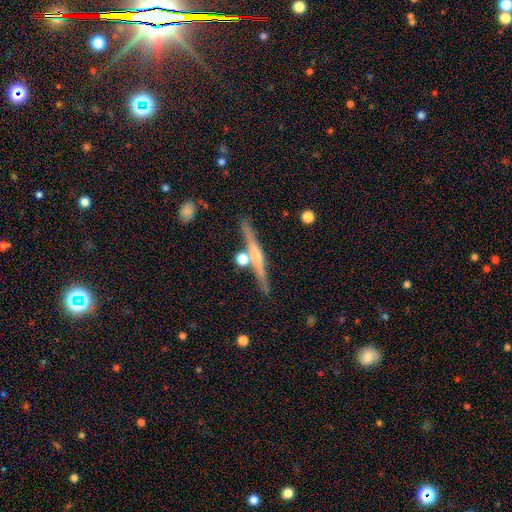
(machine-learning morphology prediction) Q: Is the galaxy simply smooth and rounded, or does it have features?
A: featured or disk — 66%.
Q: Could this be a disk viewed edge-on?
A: yes — 97%.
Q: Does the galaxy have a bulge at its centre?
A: rounded — 62%.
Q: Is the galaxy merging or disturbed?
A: none — 81%.